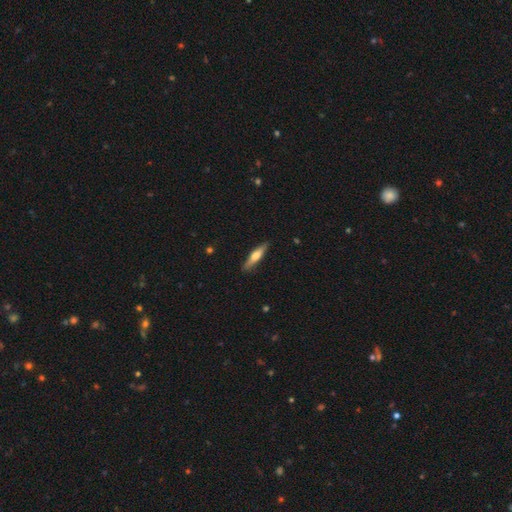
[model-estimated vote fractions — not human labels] featured or disk 48%, smooth 47%, star or artifact 5%. Down the decision tree: merging — none (89%).